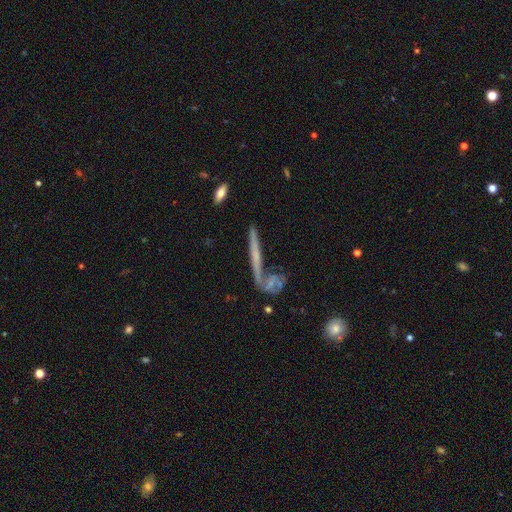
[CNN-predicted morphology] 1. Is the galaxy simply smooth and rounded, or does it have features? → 54% featured or disk, 34% smooth, 12% star or artifact.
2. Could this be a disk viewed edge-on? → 82% yes, 18% no.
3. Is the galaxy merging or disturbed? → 53% none, 26% merger, 13% minor disturbance, 9% major disturbance.